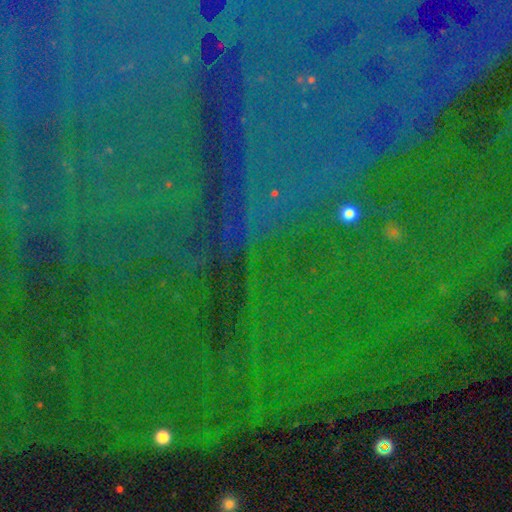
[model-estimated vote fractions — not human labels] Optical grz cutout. It shows a star or artifact, not a galaxy (84%).